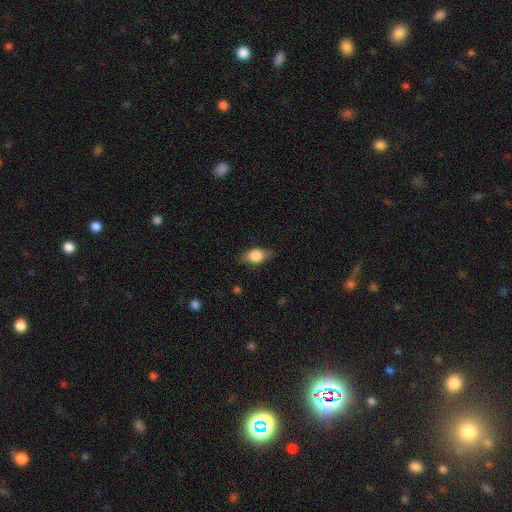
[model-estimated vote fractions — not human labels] Smooth or featured? Predicted: smooth (p=0.76). How rounded? Predicted: in between (p=0.80). Merging? Predicted: none (p=0.76).